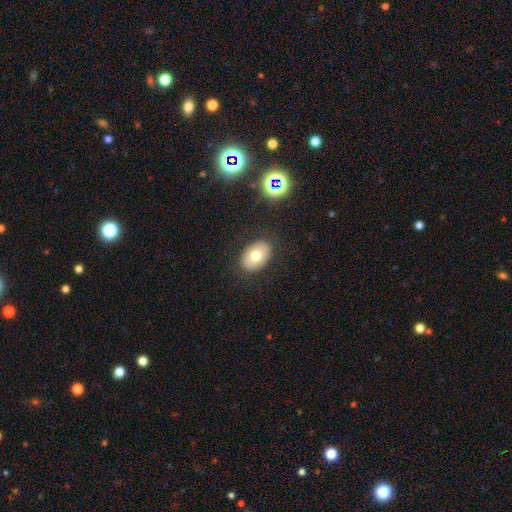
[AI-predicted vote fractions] Morphology: type=smooth (72%); roundness=in between (81%); merging=none (86%).